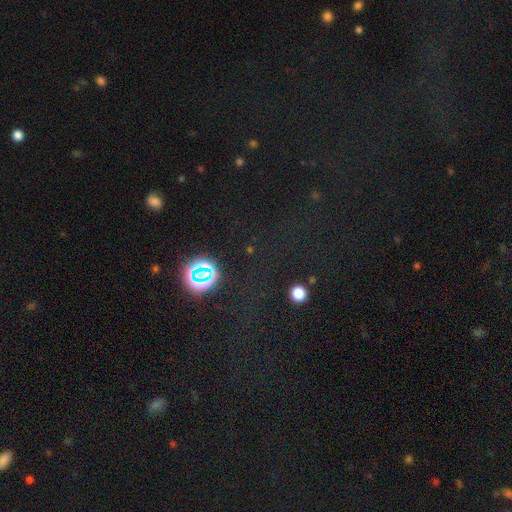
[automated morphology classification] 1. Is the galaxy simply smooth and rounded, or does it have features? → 65% star or artifact, 26% smooth, 9% featured or disk.